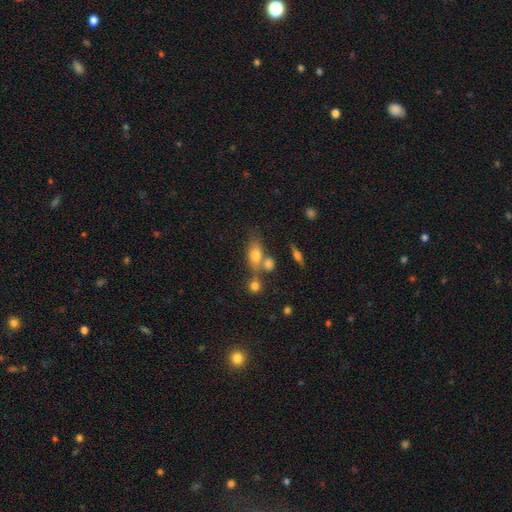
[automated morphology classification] Smooth or featured?
  - smooth: 71% *
  - featured or disk: 19%
  - star or artifact: 10%
How rounded?
  - in between: 76% *
  - round: 14%
  - cigar-shaped: 9%
Merging?
  - none: 48% *
  - merger: 30%
  - minor disturbance: 15%
  - major disturbance: 7%